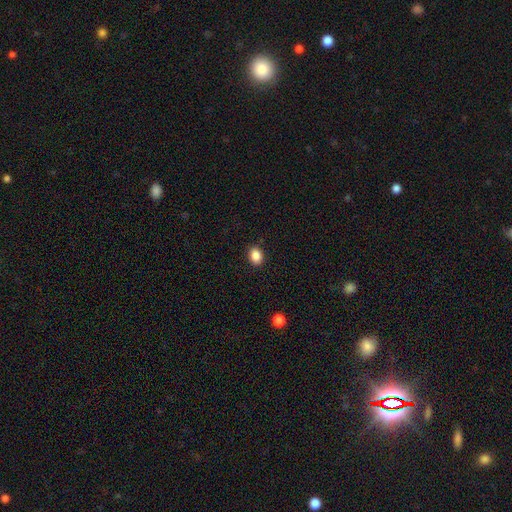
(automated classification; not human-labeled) A smooth galaxy with no disk features (87%) that is in between round and cigar-shaped (58%). Merging: none (89%).